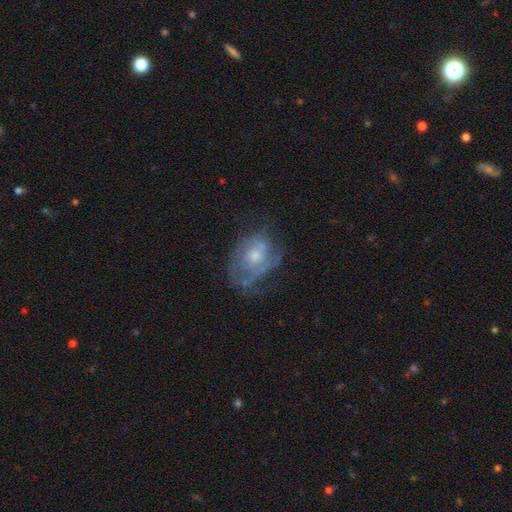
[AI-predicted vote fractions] This is likely a featured or disk galaxy (70%). It is clearly not viewed edge-on (97%). Bar: likely no (78%). Spiral arm pattern: likely yes (70%). Central bulge: possibly moderate (52%). Merging: possibly none (47%).